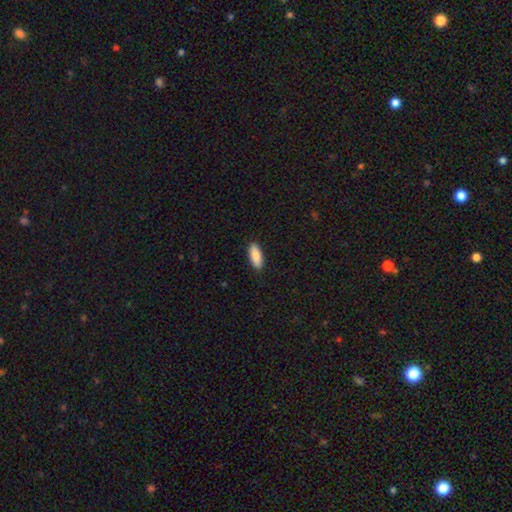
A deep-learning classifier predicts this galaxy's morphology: Smooth or featured? smooth (89%)
How rounded? in between (72%)
Merging? none (90%)